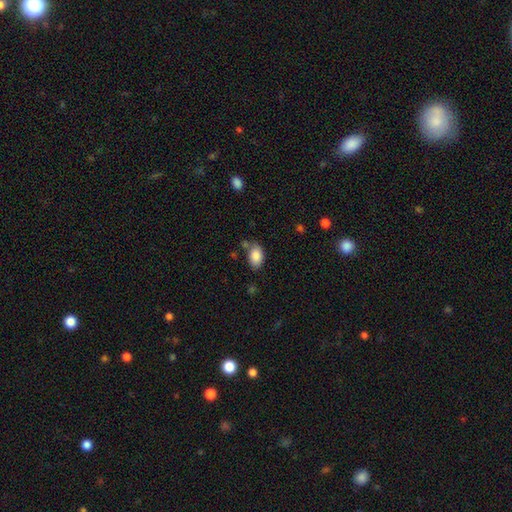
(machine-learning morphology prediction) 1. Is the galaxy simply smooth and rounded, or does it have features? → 87% smooth, 7% star or artifact, 6% featured or disk.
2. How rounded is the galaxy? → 91% in between, 8% round, 1% cigar-shaped.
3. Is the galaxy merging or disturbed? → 66% none, 19% minor disturbance, 9% merger, 5% major disturbance.